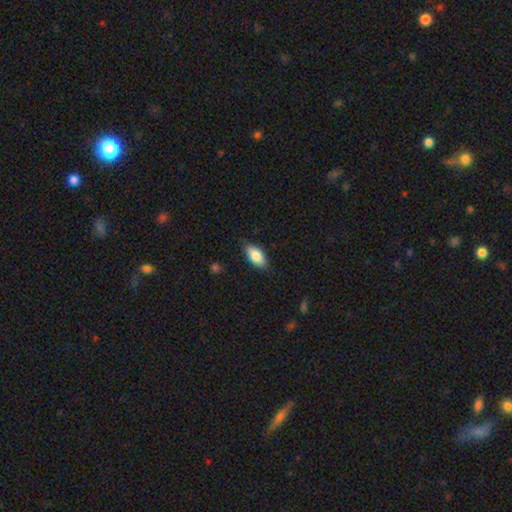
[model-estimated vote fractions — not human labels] Smooth or featured? Predicted: smooth (p=0.85). How rounded? Predicted: in between (p=0.92). Merging? Predicted: none (p=0.81).